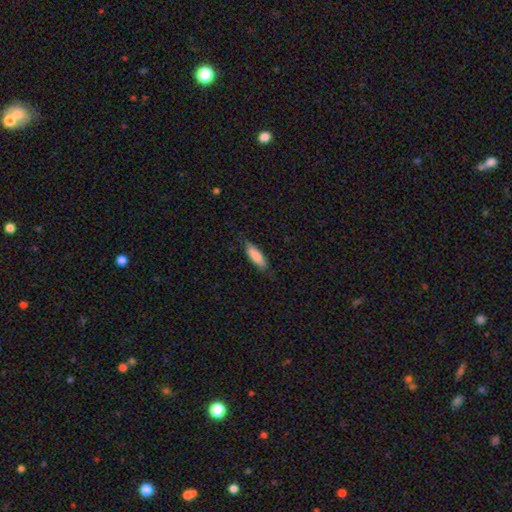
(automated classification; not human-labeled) This is clearly a smooth galaxy (86%). How rounded: possibly in between (56%). Merging: clearly none (80%).